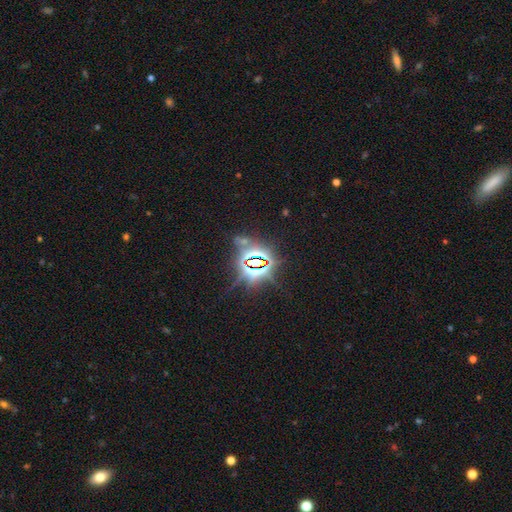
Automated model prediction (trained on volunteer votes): star or artifact 84%, smooth 9%, featured or disk 7%.